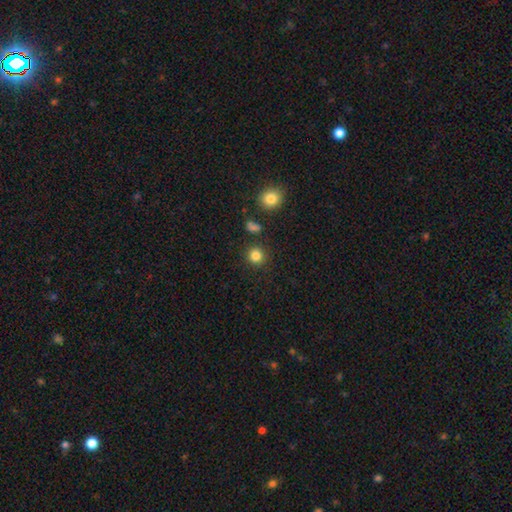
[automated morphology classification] smooth_or_featured: smooth (p=0.83) [alt: star or artifact p=0.12]
how_rounded: round (p=0.91) [alt: in between p=0.08]
merging: none (p=0.87) [alt: minor disturbance p=0.07]